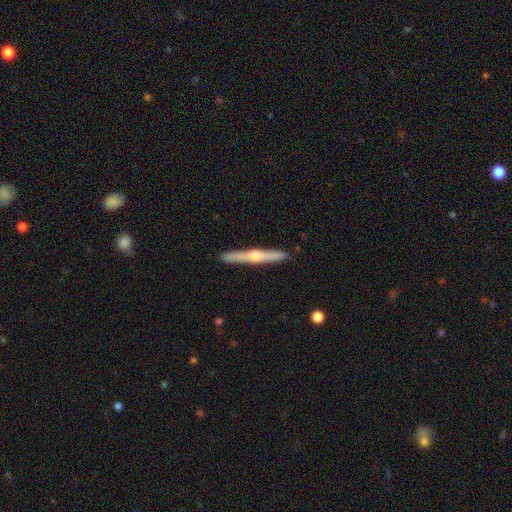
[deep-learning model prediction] Smooth or featured? Predicted: featured or disk (p=0.68). Edge-on disk? Predicted: yes (p=0.97). Edge-on bulge? Predicted: rounded (p=0.89). Merging? Predicted: none (p=0.92).